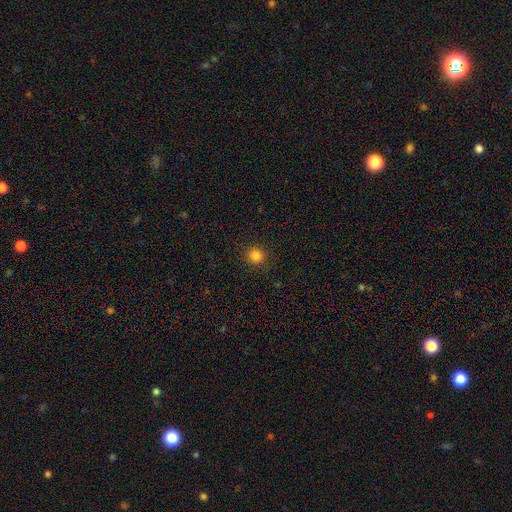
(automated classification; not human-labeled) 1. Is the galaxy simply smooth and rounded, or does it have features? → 83% smooth, 13% star or artifact, 4% featured or disk.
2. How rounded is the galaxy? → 93% round, 6% in between, 1% cigar-shaped.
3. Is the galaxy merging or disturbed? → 91% none, 6% minor disturbance, 2% major disturbance, 1% merger.